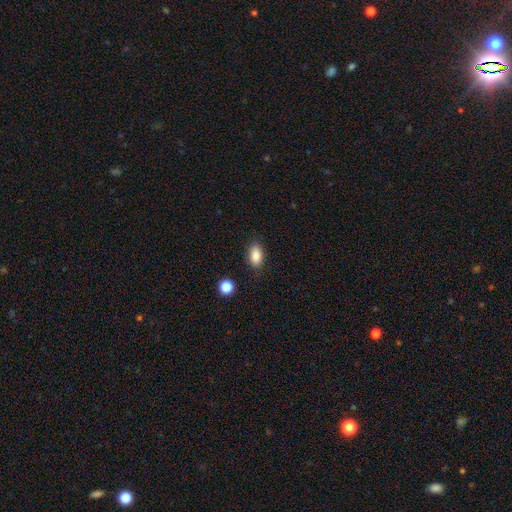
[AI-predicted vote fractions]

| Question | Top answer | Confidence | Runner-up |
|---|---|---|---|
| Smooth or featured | smooth | 86% | star or artifact (8%) |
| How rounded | in between | 89% | round (7%) |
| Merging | none | 85% | minor disturbance (11%) |